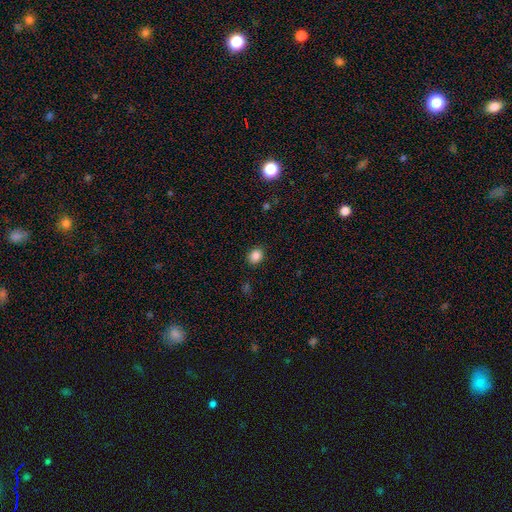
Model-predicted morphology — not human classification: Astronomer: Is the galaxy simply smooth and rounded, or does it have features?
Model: smooth — 86%.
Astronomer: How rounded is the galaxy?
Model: round — 56% (runner-up: in between, 43%).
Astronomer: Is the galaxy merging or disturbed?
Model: none — 90%.